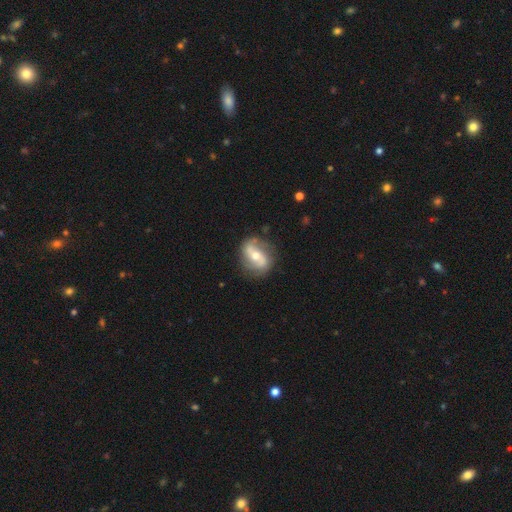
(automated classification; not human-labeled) featured or disk 72%, smooth 21%, star or artifact 6%. Down the decision tree: edge-on disk — no (94%); bar — no (36%); spiral arms — yes (83%); spiral arm count — 2 (87%); spiral winding — loose (54%); bulge size — moderate (66%); merging — none (77%).